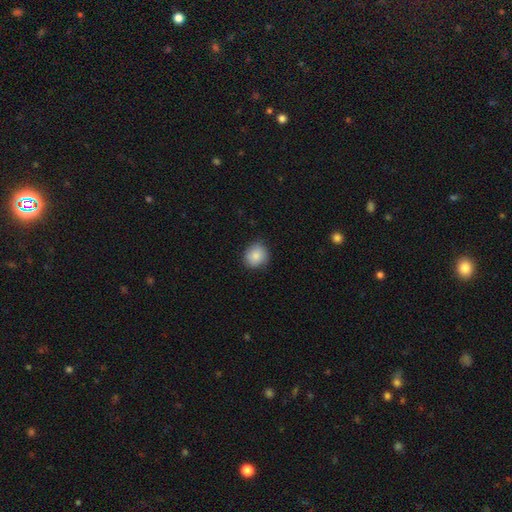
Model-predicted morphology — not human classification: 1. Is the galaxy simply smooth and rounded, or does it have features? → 87% smooth, 8% star or artifact, 5% featured or disk.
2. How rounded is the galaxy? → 85% round, 14% in between, 1% cigar-shaped.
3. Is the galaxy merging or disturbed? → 85% none, 12% minor disturbance, 2% major disturbance, 1% merger.